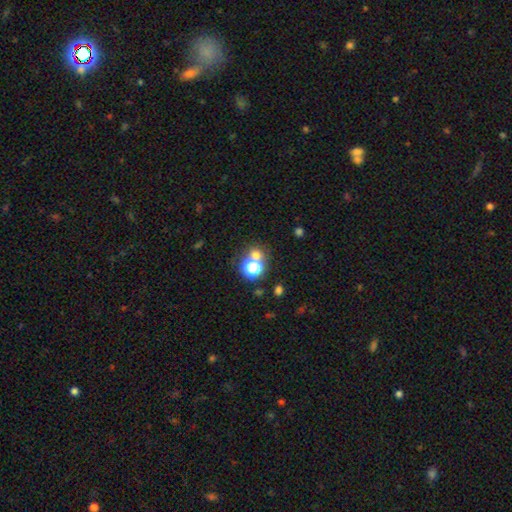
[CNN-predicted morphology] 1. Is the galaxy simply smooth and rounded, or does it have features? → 57% smooth, 34% star or artifact, 9% featured or disk.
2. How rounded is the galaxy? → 83% round, 16% in between, 1% cigar-shaped.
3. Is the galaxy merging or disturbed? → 60% none, 28% merger, 7% minor disturbance, 5% major disturbance.